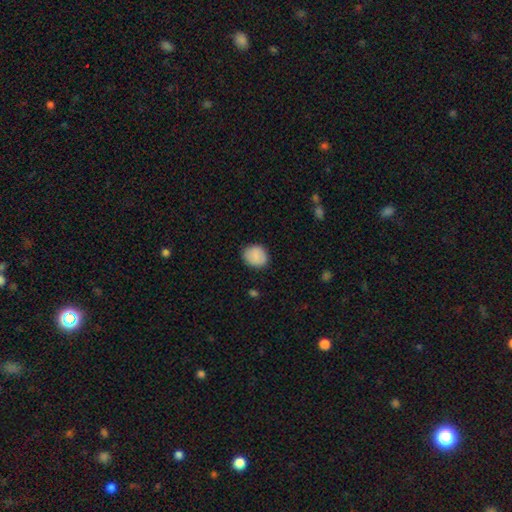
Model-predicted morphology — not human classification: The model was most divided on "how rounded": round: 62%, in between: 37%, cigar-shaped: 1%. More confident: smooth or featured — smooth (86%); merging — none (86%).